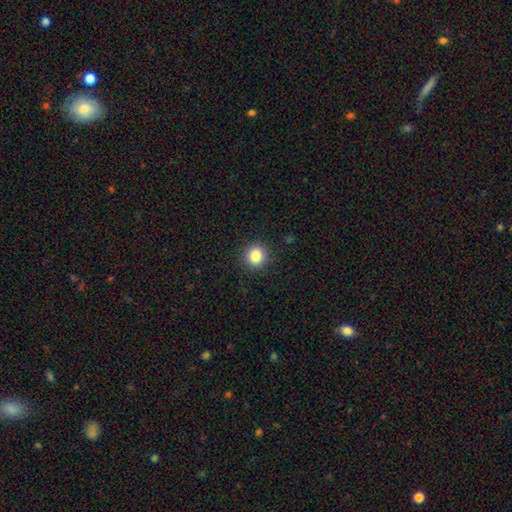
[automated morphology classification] Smooth or featured: smooth — 84% (star or artifact — 11%)
How rounded: round — 89% (in between — 11%)
Merging: none — 90% (minor disturbance — 7%)